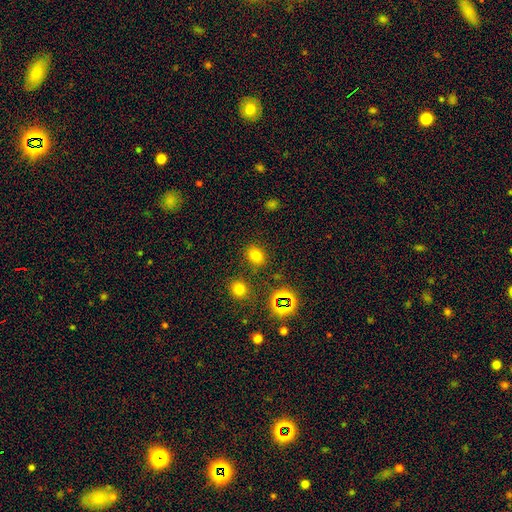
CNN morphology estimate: type=smooth (73%); roundness=in between (53%); merging=none (83%).